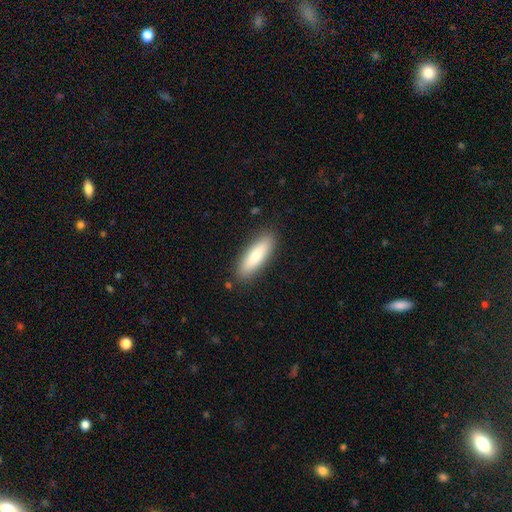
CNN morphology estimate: Smooth or featured? Predicted: smooth (p=0.77). How rounded? Predicted: cigar-shaped (p=0.52). Merging? Predicted: none (p=0.87).